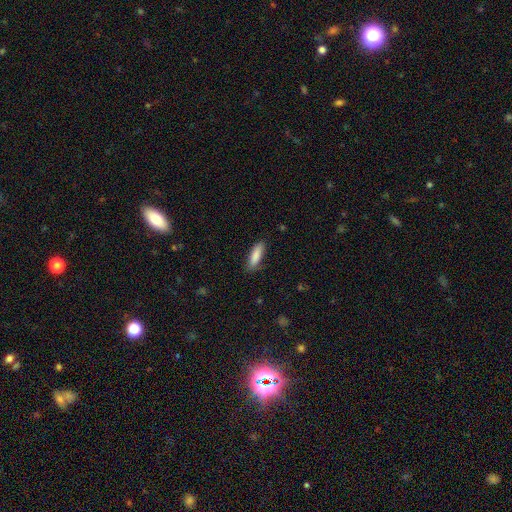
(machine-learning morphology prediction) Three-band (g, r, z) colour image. It shows a smooth galaxy with no disk features (87%) that is in between round and cigar-shaped (54%). Merging: none (84%).